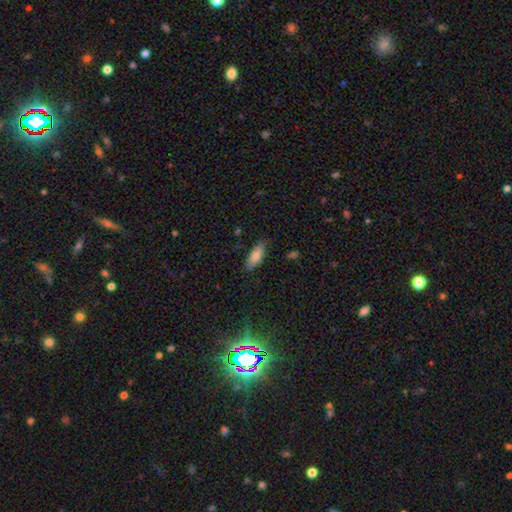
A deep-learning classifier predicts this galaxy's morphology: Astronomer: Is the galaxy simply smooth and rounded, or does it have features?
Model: smooth — 81%.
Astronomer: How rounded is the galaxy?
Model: in between — 72%.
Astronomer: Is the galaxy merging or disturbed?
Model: none — 83%.